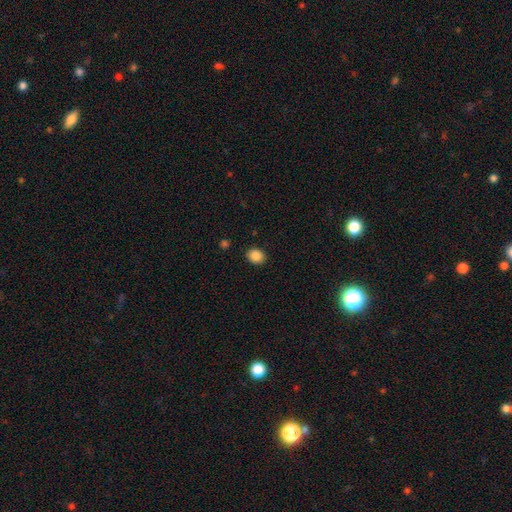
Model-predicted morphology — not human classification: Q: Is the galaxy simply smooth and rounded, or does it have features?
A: smooth — 87%.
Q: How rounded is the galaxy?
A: round — 51%.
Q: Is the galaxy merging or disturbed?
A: none — 90%.